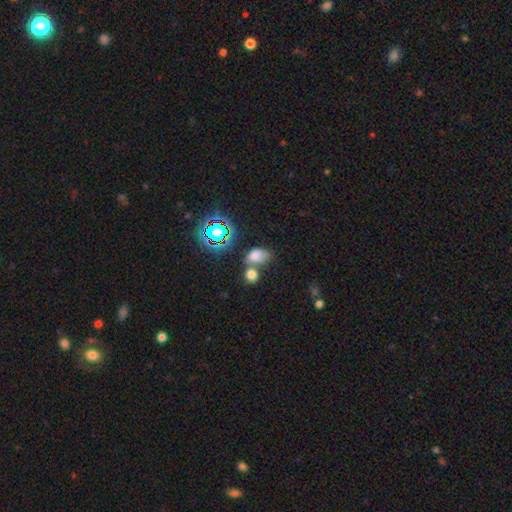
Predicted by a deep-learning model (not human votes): Morphology: type=smooth (70%); roundness=in between (80%); merging=merger (44%).